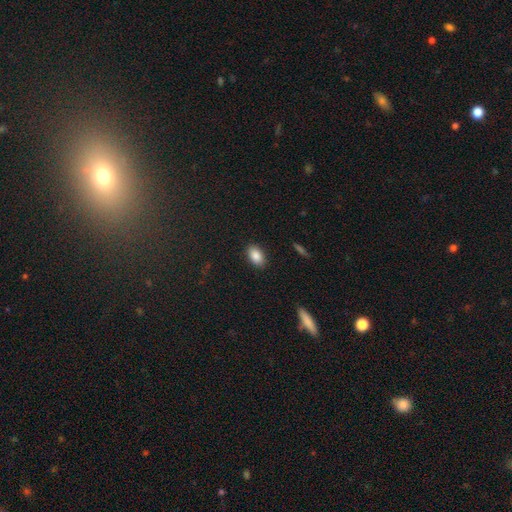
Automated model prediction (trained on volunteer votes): A smooth galaxy with no disk features (87%) that is in between round and cigar-shaped (90%). Merging: none (88%).